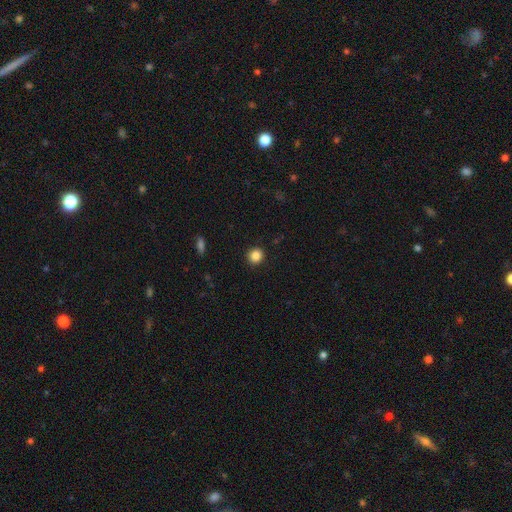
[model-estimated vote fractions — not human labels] Smooth or featured? Predicted: smooth (p=0.86). How rounded? Predicted: round (p=0.91). Merging? Predicted: none (p=0.91).